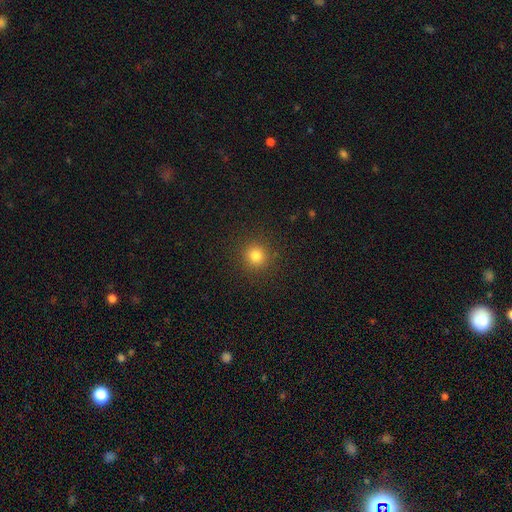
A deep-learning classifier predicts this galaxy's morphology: Smooth or featured?
  - smooth: 81% *
  - star or artifact: 14%
  - featured or disk: 5%
How rounded?
  - round: 93% *
  - in between: 6%
  - cigar-shaped: 1%
Merging?
  - none: 90% *
  - minor disturbance: 6%
  - major disturbance: 3%
  - merger: 1%